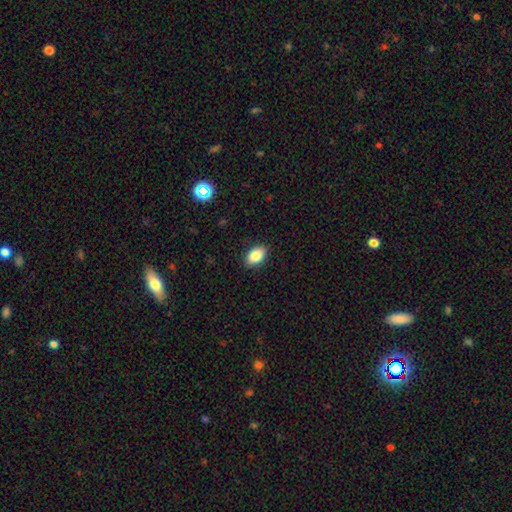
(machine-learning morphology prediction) type=smooth (86%); roundness=in between (91%); merging=none (89%).